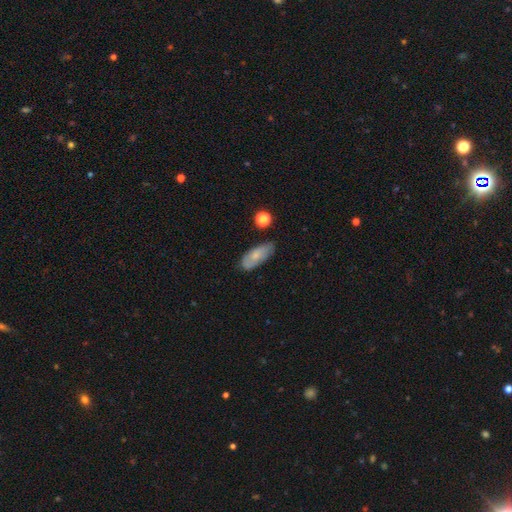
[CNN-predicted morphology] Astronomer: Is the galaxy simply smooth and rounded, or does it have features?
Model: smooth — 72%.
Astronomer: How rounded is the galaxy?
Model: in between — 80%.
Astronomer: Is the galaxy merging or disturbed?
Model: none — 68%.